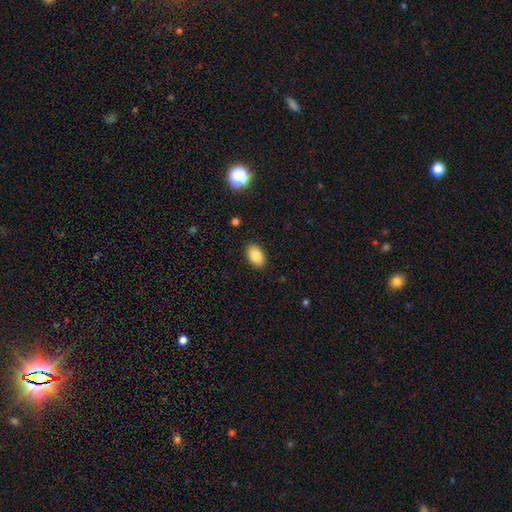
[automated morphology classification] The model was most divided on "smooth or featured": smooth: 84%, star or artifact: 8%, featured or disk: 8%. More confident: how rounded — in between (90%); merging — none (89%).